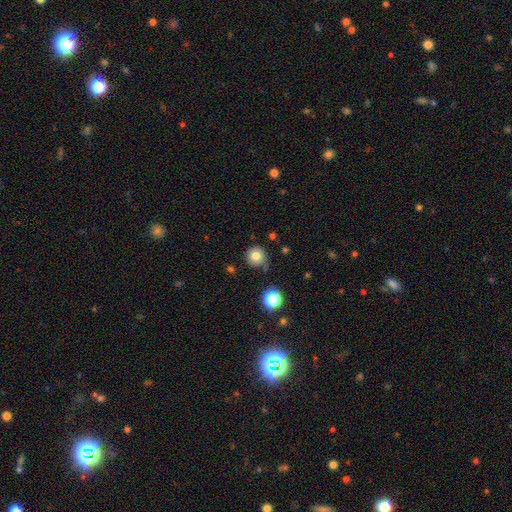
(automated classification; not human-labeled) A smooth galaxy with no disk features (79%) that is round (93%). Merging: none (76%).